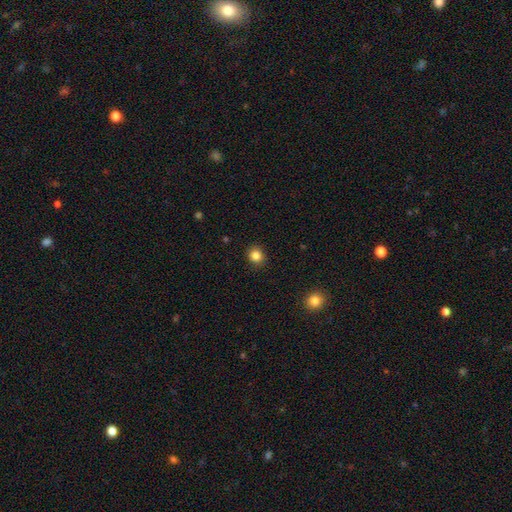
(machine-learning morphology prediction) Smooth or featured? smooth (84%)
How rounded? round (81%)
Merging? none (90%)